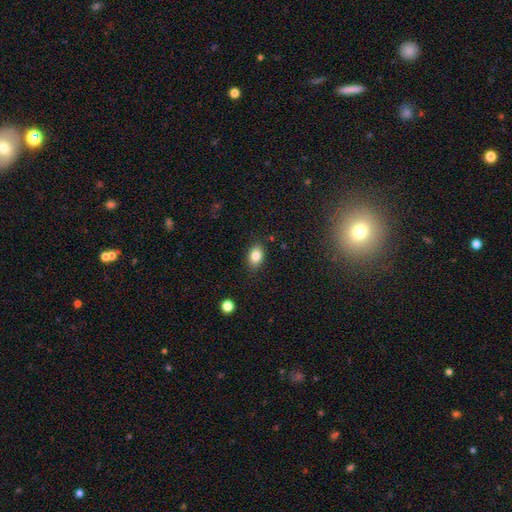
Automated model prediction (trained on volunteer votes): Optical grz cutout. It shows a smooth galaxy with no disk features (84%) that is in between round and cigar-shaped (80%). Merging: none (84%).